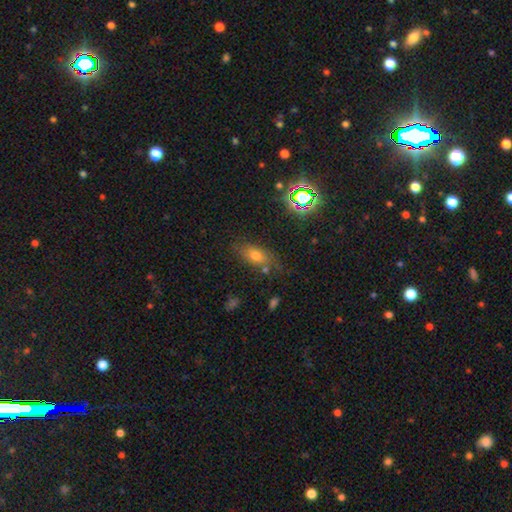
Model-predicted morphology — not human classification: This appears to be a smooth galaxy with no disk features (65%) that is in between round and cigar-shaped (77%). Merging: none (70%).